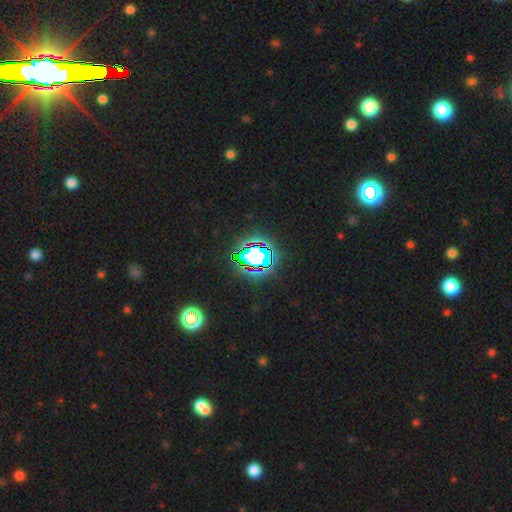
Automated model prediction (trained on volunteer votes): Morphology: type=star or artifact (70%).